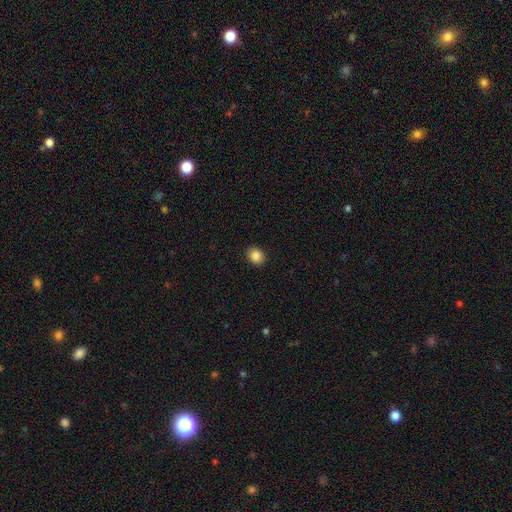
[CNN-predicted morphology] Q: Smooth or featured?
A: smooth (87%); runner-up: star or artifact (10%)
Q: How rounded?
A: round (68%); runner-up: in between (31%)
Q: Merging?
A: none (91%); runner-up: minor disturbance (6%)